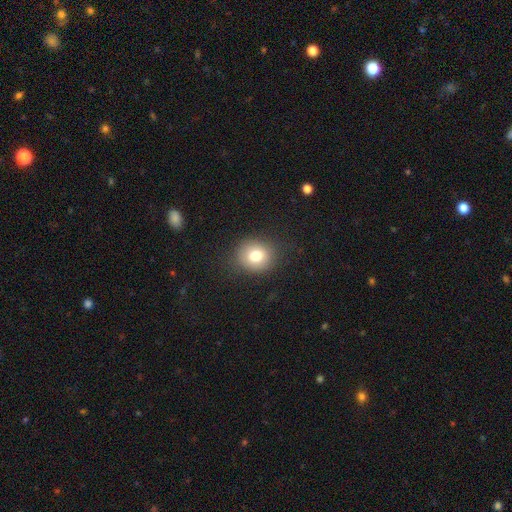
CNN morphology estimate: Smooth or featured? Predicted: smooth (p=0.77). How rounded? Predicted: round (p=0.78). Merging? Predicted: none (p=0.86).